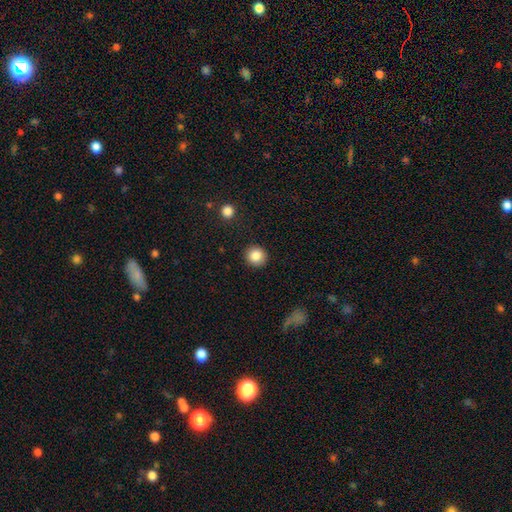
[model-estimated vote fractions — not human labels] Smooth or featured? Predicted: smooth (p=0.85). How rounded? Predicted: round (p=0.90). Merging? Predicted: none (p=0.91).